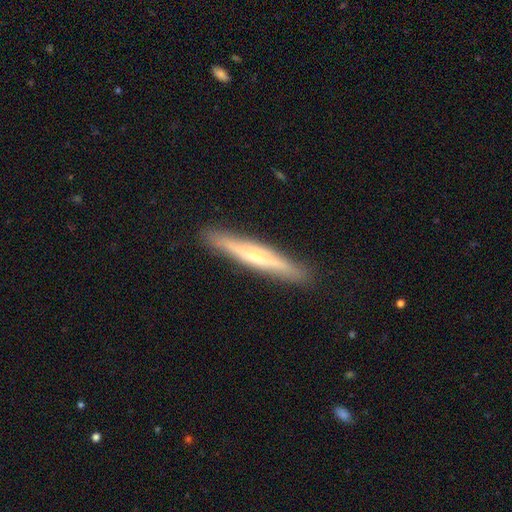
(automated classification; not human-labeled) This is possibly a featured or disk galaxy (59%). It is clearly viewed edge-on (92%). Edge-on bulge: likely rounded (70%). Merging: clearly none (90%).